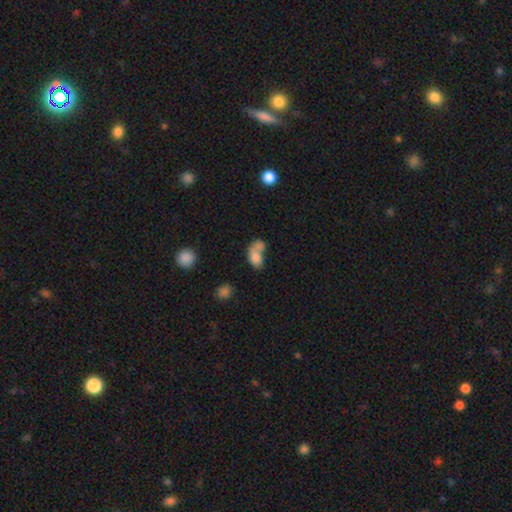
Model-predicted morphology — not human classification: Smooth or featured? smooth (74%)
How rounded? in between (85%)
Merging? merger (58%)